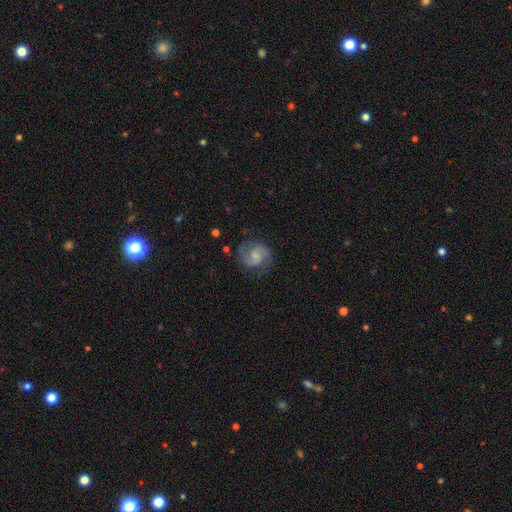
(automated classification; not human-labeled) Smooth or featured? featured or disk (82%)
Edge-on disk? no (98%)
Bar? weak (48%)
Spiral arms? yes (96%)
Spiral winding? medium (57%)
Spiral arm count? 2 (91%)
Bulge size? small (44%)
Merging? none (77%)